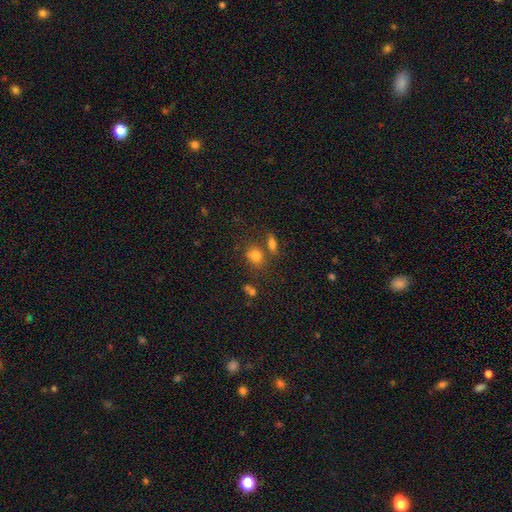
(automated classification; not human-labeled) Smooth or featured? Predicted: smooth (p=0.75). How rounded? Predicted: in between (p=0.51). Merging? Predicted: none (p=0.60).